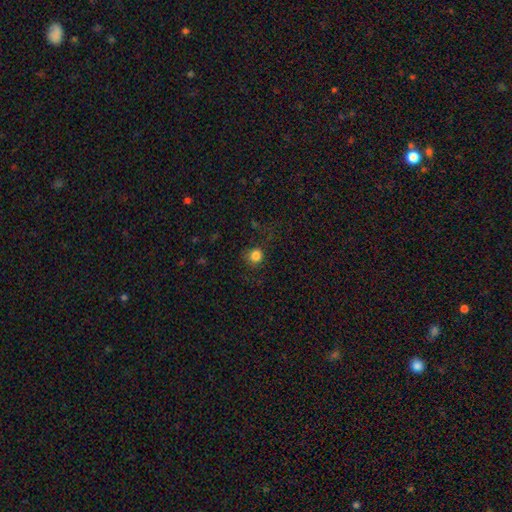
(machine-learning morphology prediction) Overall: smooth (83%). How rounded: round (89%). Merging: none (80%).